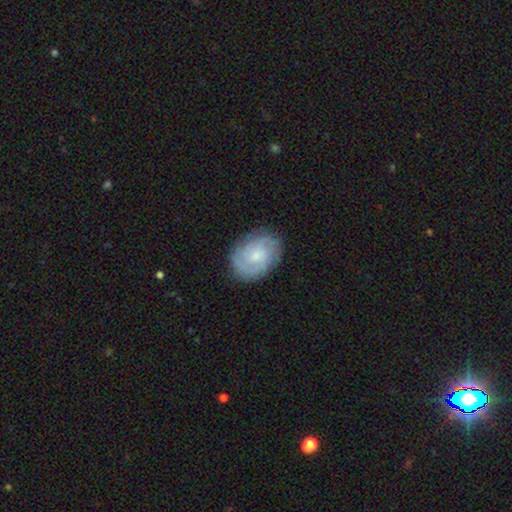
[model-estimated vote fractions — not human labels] This appears to be a featured or disk galaxy (64%) with no bar (63%), tight (60%) spiral arms (91%) and a small central bulge (48%). Merging: none (80%).